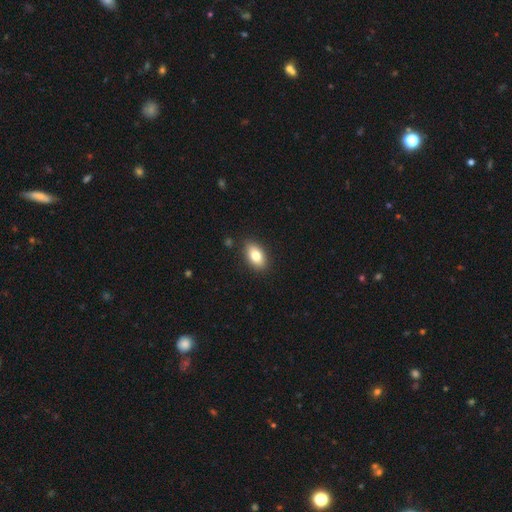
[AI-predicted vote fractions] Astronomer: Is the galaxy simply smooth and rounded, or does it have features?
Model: smooth — 80%.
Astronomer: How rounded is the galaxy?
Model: in between — 90%.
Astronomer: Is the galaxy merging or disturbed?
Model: none — 87%.